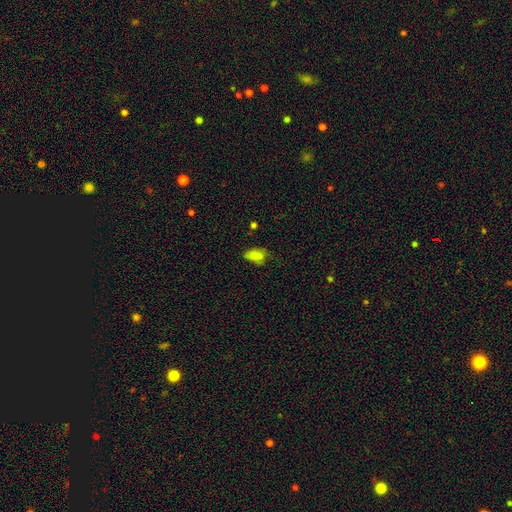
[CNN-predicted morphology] This appears to be a smooth galaxy with no disk features (77%) that is in between round and cigar-shaped (88%). Merging: none (53%).